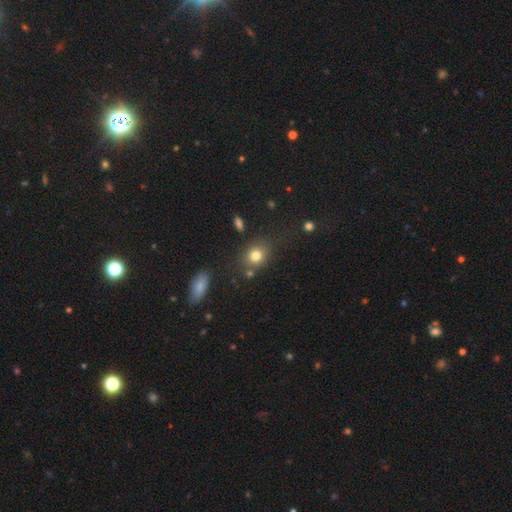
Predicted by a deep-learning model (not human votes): This appears to be a smooth galaxy with no disk features (80%) that is round (61%). Merging: none (73%).